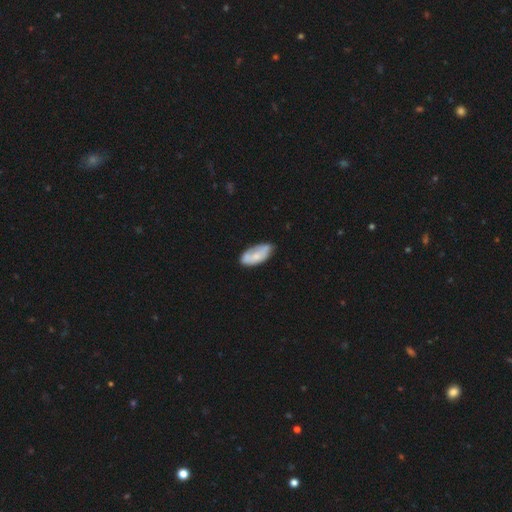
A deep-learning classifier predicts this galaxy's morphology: smooth-or-featured: smooth: 58% | featured or disk: 36% | star or artifact: 6%
  how-rounded: in between: 92% | cigar-shaped: 6% | round: 2%
  merging: none: 55% | minor disturbance: 31% | major disturbance: 8% | merger: 5%